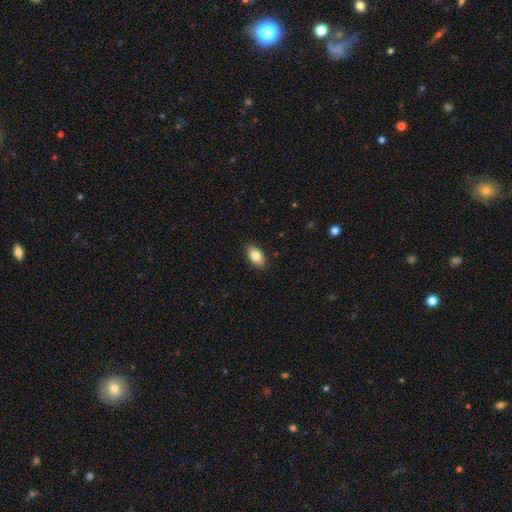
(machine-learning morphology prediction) Q: Smooth or featured?
A: smooth (83%); runner-up: featured or disk (10%)
Q: How rounded?
A: in between (92%); runner-up: round (5%)
Q: Merging?
A: none (88%); runner-up: minor disturbance (9%)